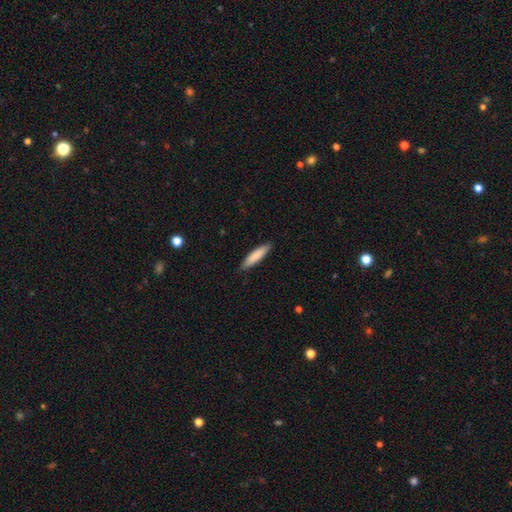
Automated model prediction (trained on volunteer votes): The model was most divided on "how rounded": cigar-shaped: 80%, in between: 18%, round: 1%. More confident: merging — none (87%); smooth or featured — smooth (84%).